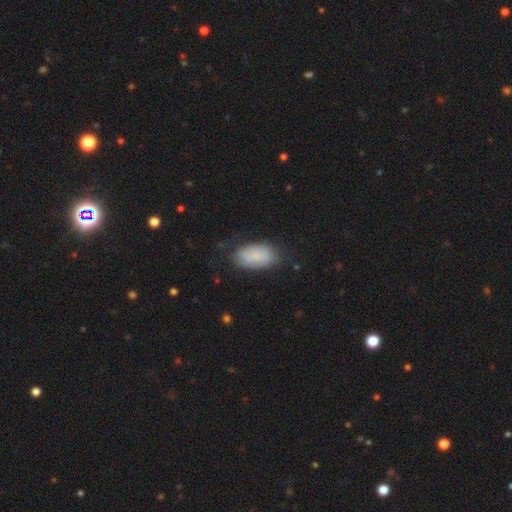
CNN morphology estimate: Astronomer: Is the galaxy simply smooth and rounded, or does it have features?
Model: smooth — 81%.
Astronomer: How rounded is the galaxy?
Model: in between — 94%.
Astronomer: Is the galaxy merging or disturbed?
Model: none — 74%.